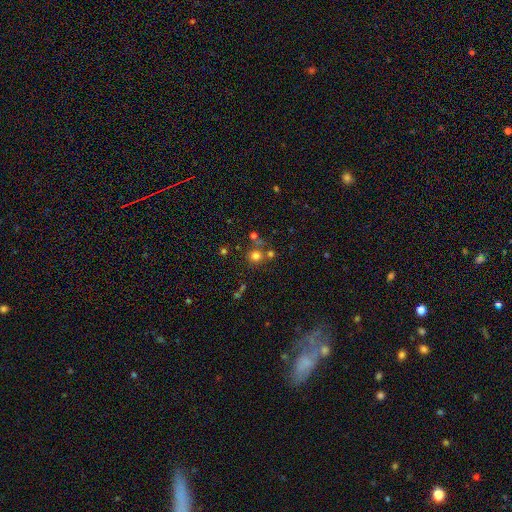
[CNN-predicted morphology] smooth-or-featured: smooth: 71% | star or artifact: 20% | featured or disk: 9%
  how-rounded: round: 90% | in between: 9% | cigar-shaped: 1%
  merging: none: 68% | merger: 19% | minor disturbance: 9% | major disturbance: 4%